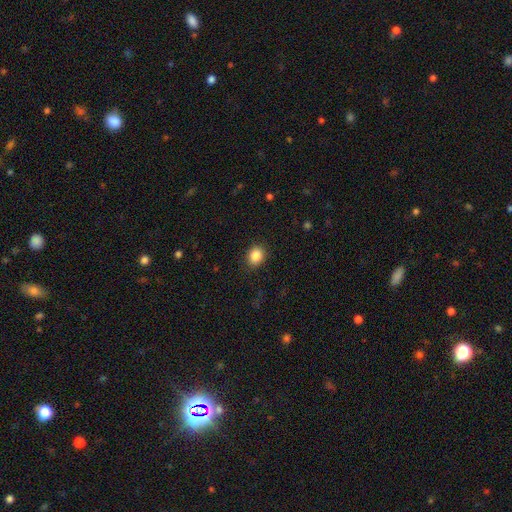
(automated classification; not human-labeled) smooth-or-featured: smooth: 86% | star or artifact: 9% | featured or disk: 4%
  how-rounded: round: 58% | in between: 41% | cigar-shaped: 1%
  merging: none: 88% | minor disturbance: 8% | major disturbance: 2% | merger: 1%